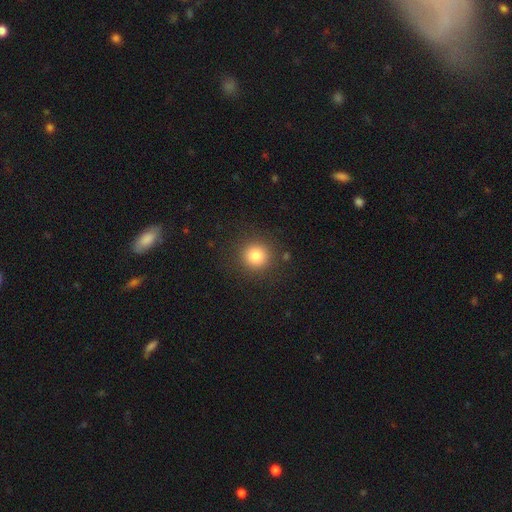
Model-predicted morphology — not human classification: smooth 82%, star or artifact 11%, featured or disk 7%. Down the decision tree: how rounded — round (93%); merging — none (89%).